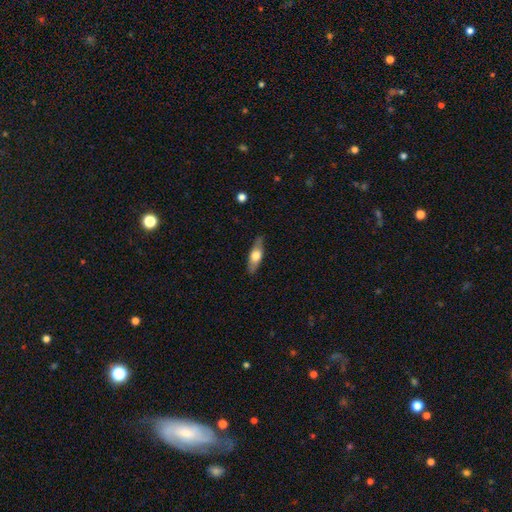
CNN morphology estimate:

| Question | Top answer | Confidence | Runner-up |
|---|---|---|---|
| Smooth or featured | smooth | 55% | featured or disk (40%) |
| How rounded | in between | 57% | cigar-shaped (39%) |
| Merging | none | 84% | minor disturbance (12%) |